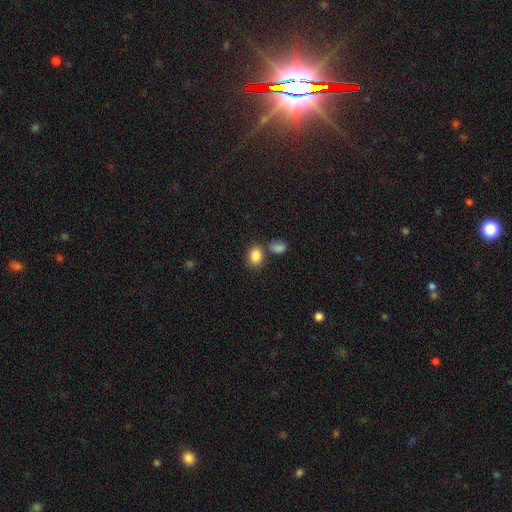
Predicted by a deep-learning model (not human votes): A smooth galaxy with no disk features (86%) that is in between round and cigar-shaped (51%).

Vote fractions:
- Smooth or featured? smooth: 86% / star or artifact: 9% / featured or disk: 5%
- How rounded? in between: 51% / round: 48% / cigar-shaped: 1%
- Merging? none: 65% / merger: 20% / minor disturbance: 12% / major disturbance: 4%